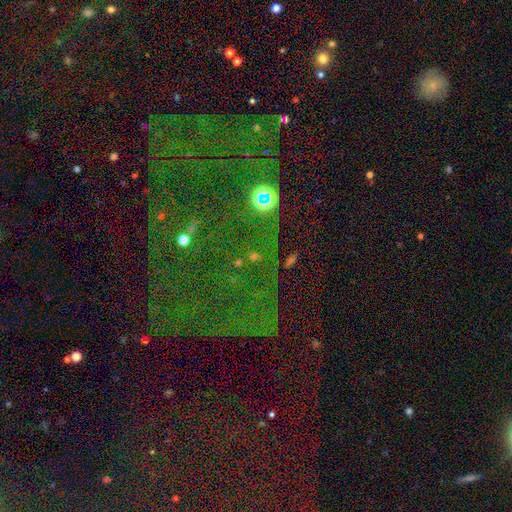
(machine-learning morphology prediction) A star or artifact, not a galaxy (73%).

Vote fractions:
- Smooth or featured? star or artifact: 73% / smooth: 15% / featured or disk: 12%